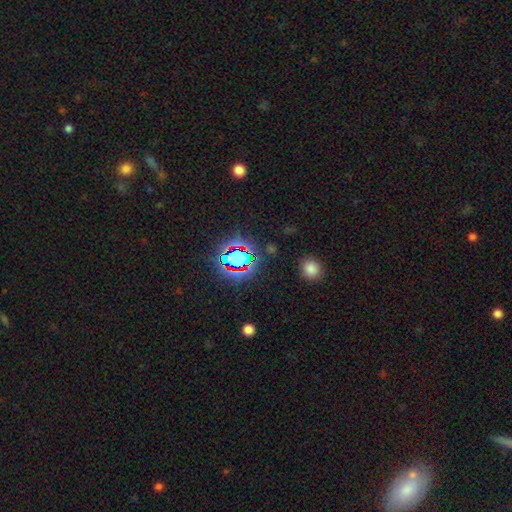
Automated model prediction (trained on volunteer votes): star or artifact 74%, smooth 17%, featured or disk 9%.